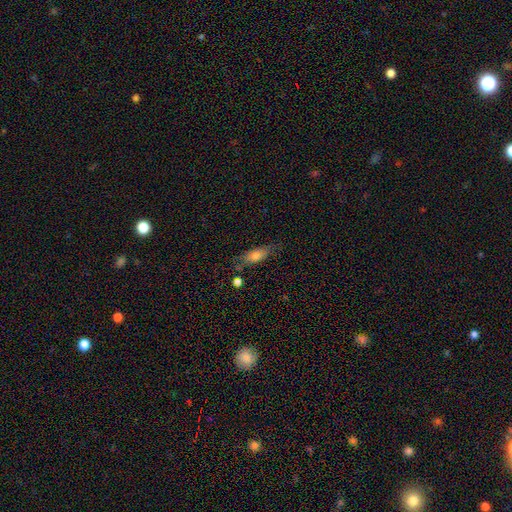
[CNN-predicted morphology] A smooth galaxy with no disk features (72%) that is in between round and cigar-shaped (69%).

Vote fractions:
- Smooth or featured? smooth: 72% / featured or disk: 20% / star or artifact: 8%
- How rounded? in between: 69% / cigar-shaped: 27% / round: 3%
- Merging? none: 67% / minor disturbance: 22% / major disturbance: 6% / merger: 5%